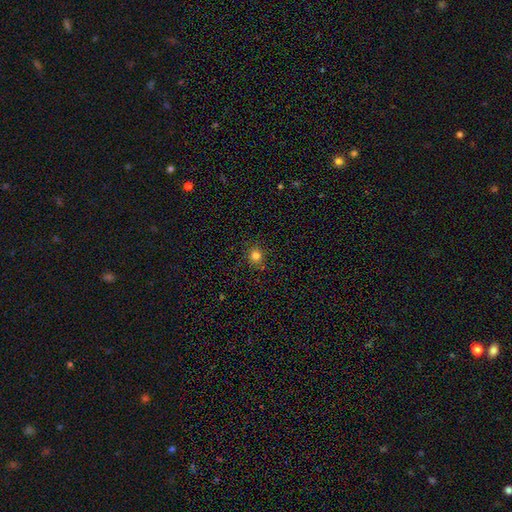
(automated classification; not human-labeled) Smooth or featured? smooth (80%)
How rounded? round (88%)
Merging? none (88%)